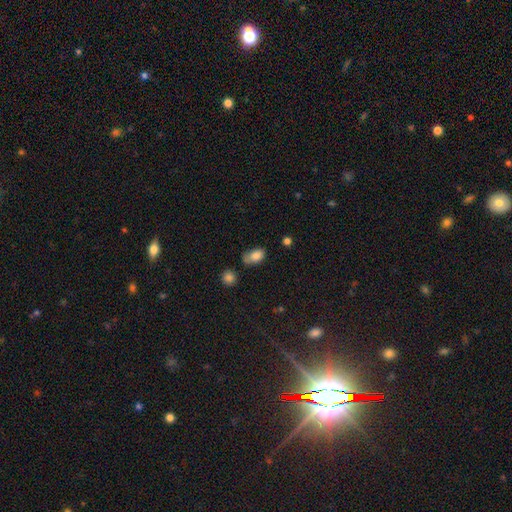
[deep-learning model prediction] Morphology: type=smooth (81%); roundness=in between (85%); merging=none (43%).